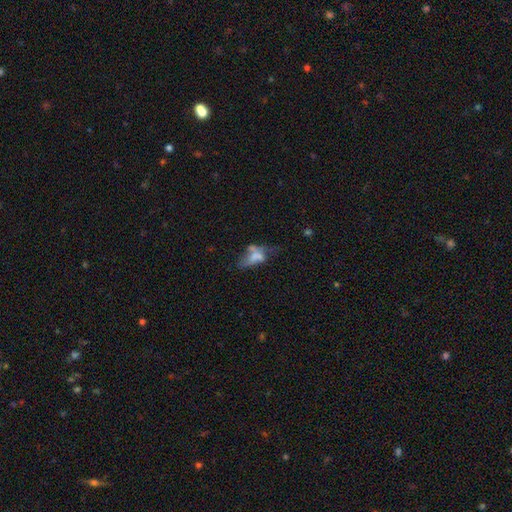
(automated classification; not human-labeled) Morphology: type=smooth (48%); merging=merger (29%).